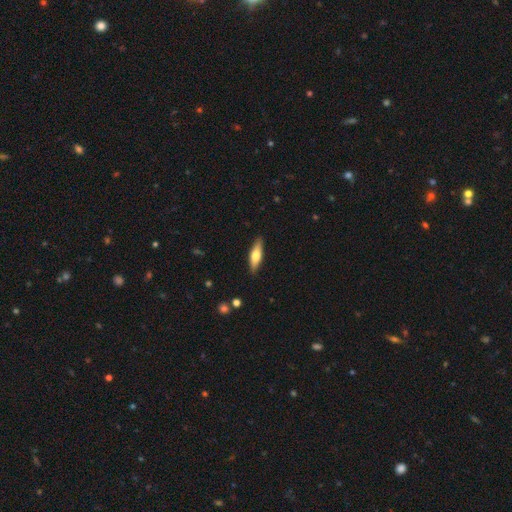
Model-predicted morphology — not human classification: The model was most divided on "smooth or featured": smooth: 52%, featured or disk: 42%, star or artifact: 6%. More confident: merging — none (87%); how rounded — cigar-shaped (58%).